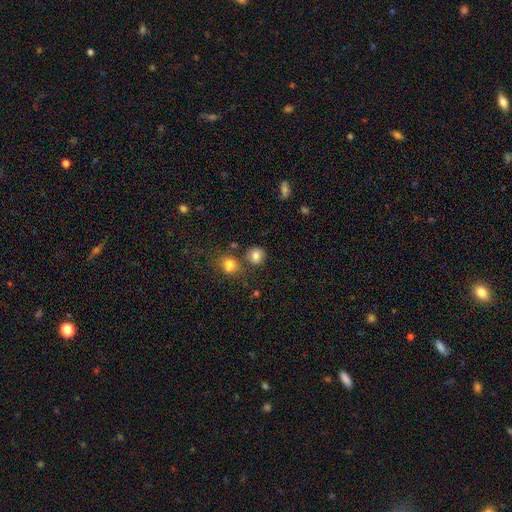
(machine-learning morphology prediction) type=smooth (81%); roundness=round (76%); merging=none (70%).